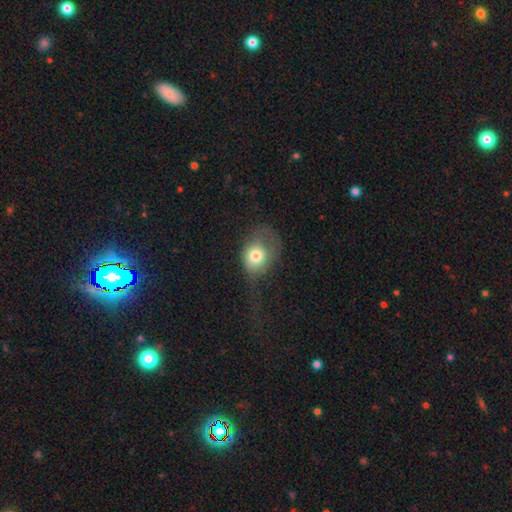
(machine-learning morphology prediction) A smooth galaxy with no disk features (73%) that is in between round and cigar-shaped (50%). Merging: major disturbance (46%).